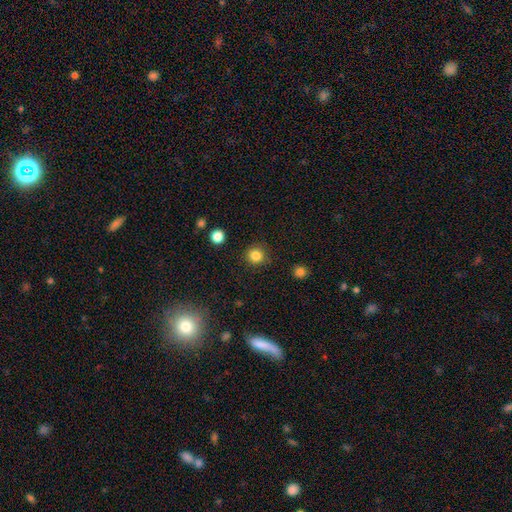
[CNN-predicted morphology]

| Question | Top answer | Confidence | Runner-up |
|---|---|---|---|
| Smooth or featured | smooth | 84% | star or artifact (12%) |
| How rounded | round | 93% | in between (6%) |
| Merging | none | 89% | minor disturbance (7%) |